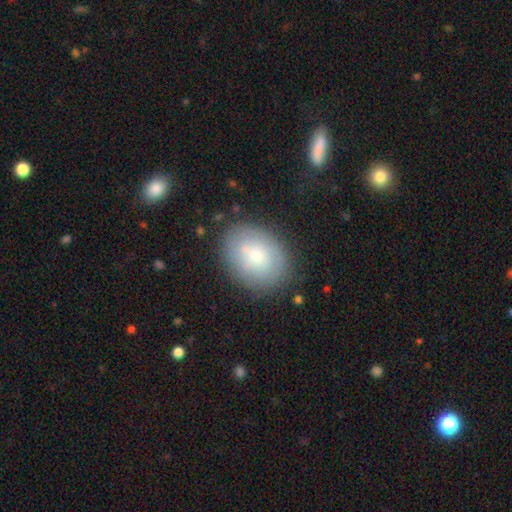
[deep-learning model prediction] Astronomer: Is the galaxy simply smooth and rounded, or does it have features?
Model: smooth — 70%.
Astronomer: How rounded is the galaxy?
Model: in between — 67%.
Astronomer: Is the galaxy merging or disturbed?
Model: none — 78%.